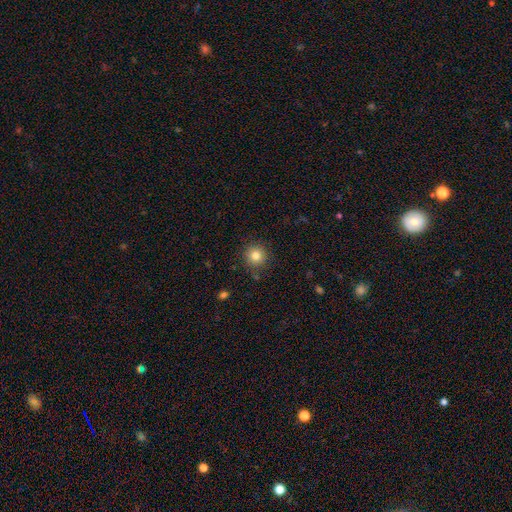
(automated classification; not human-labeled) The model was most divided on "smooth or featured": smooth: 82%, star or artifact: 11%, featured or disk: 7%. More confident: how rounded — round (94%); merging — none (87%).